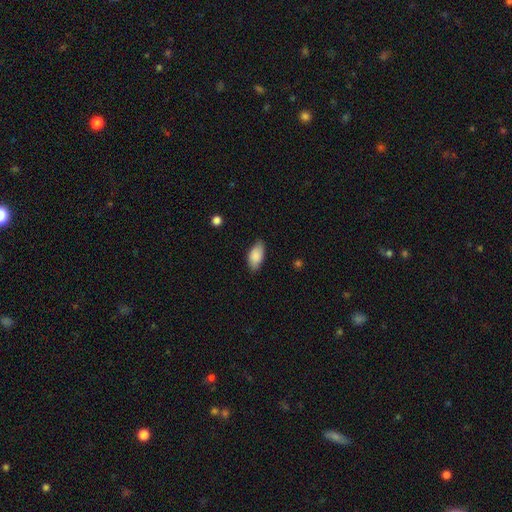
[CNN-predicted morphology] type=smooth (87%); roundness=in between (92%); merging=none (79%).